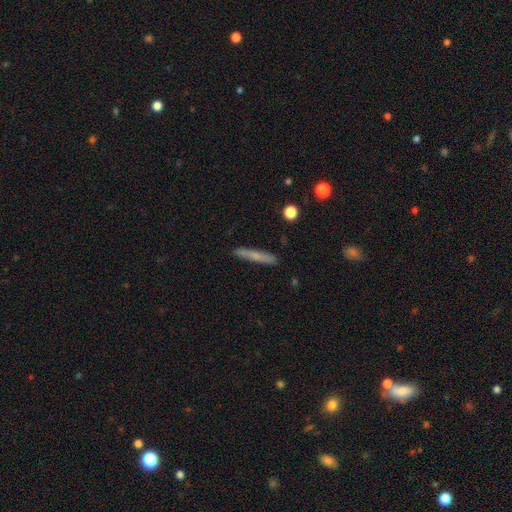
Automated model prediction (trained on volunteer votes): This is likely a smooth galaxy (62%). How rounded: clearly cigar-shaped (94%). Merging: clearly none (87%).